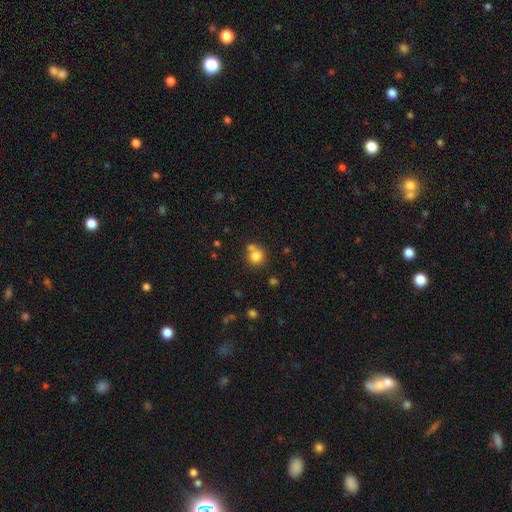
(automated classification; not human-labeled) Morphology: type=smooth (80%); roundness=round (86%); merging=none (57%).